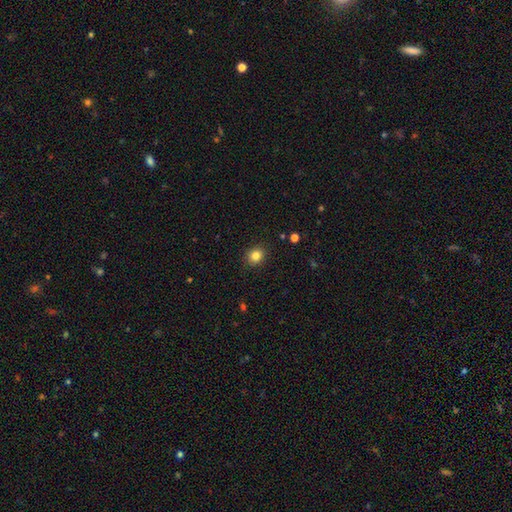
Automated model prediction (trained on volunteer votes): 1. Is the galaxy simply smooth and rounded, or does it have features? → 84% smooth, 11% star or artifact, 5% featured or disk.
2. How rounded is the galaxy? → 70% round, 30% in between, 1% cigar-shaped.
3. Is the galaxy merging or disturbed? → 89% none, 8% minor disturbance, 2% major disturbance, 1% merger.